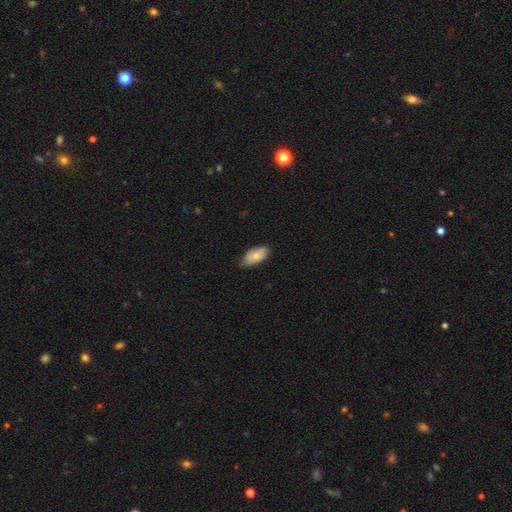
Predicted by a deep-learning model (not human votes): Smooth or featured: smooth — 77% (featured or disk — 17%)
How rounded: in between — 93% (cigar-shaped — 4%)
Merging: none — 73% (minor disturbance — 23%)